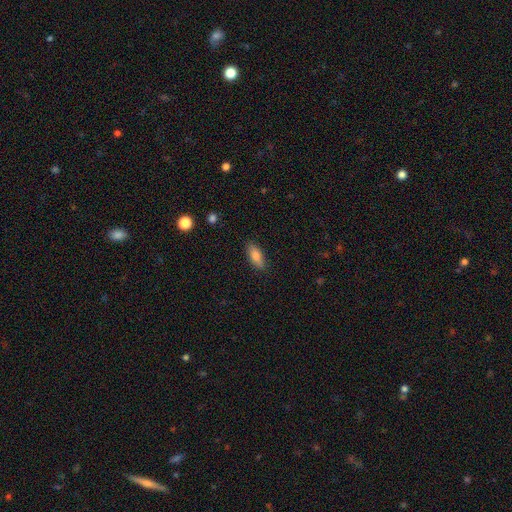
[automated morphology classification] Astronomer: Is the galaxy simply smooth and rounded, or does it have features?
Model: smooth — 83%.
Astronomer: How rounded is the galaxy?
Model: in between — 78%.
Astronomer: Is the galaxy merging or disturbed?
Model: none — 85%.